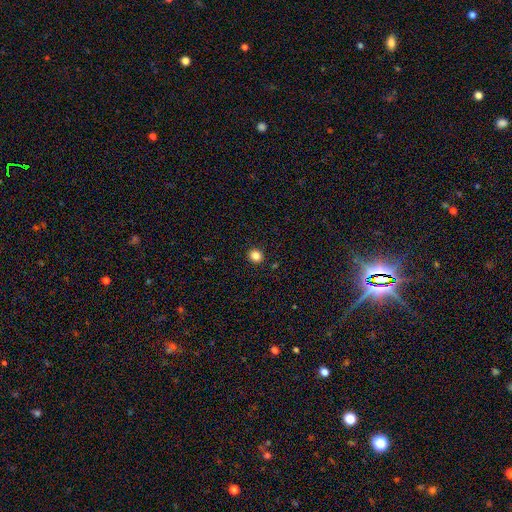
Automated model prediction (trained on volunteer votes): Morphology: type=smooth (84%); roundness=round (76%); merging=none (91%).